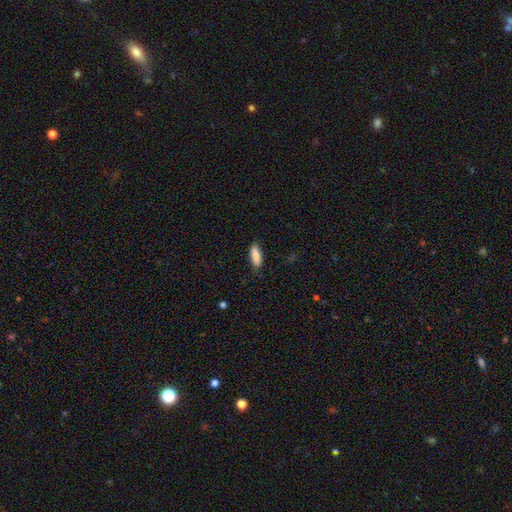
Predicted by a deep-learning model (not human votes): smooth 87%, featured or disk 7%, star or artifact 6%. Down the decision tree: how rounded — in between (60%); merging — none (81%).